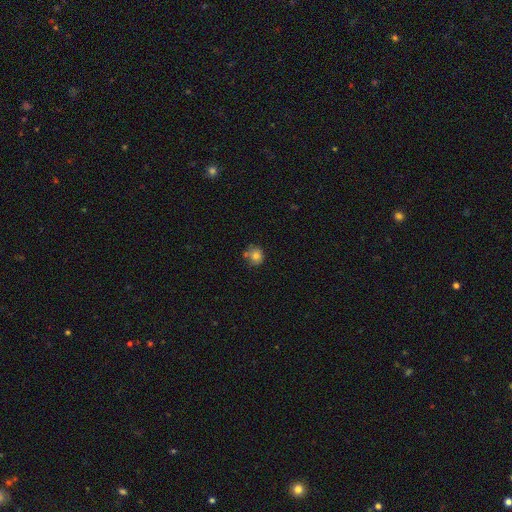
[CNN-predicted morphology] This is likely a smooth galaxy (79%). How rounded: clearly round (83%). Merging: likely none (61%).